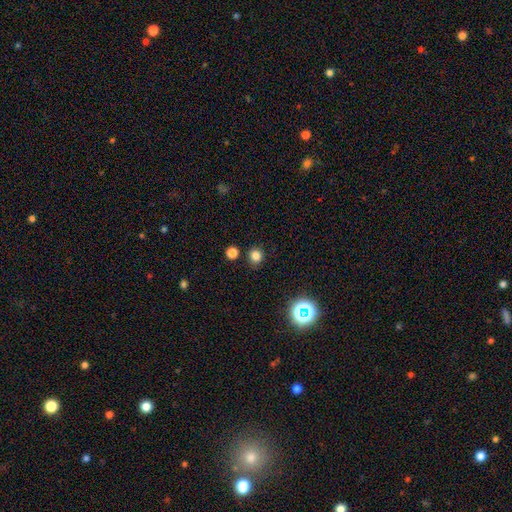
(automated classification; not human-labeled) The model was most divided on "smooth or featured": smooth: 79%, star or artifact: 16%, featured or disk: 5%. More confident: how rounded — round (88%); merging — none (86%).